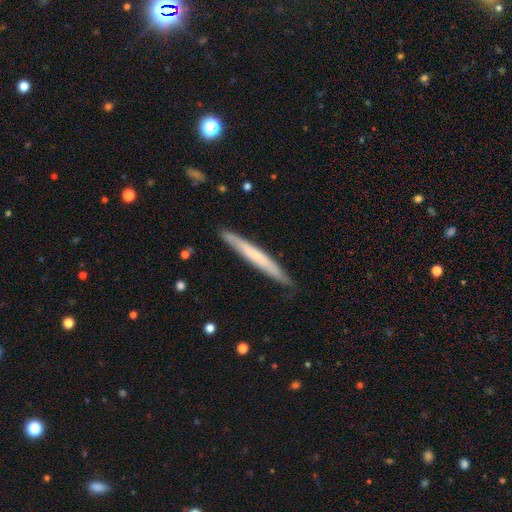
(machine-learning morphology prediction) Smooth or featured: smooth — 53% (featured or disk — 42%)
How rounded: cigar-shaped — 97% (in between — 2%)
Merging: none — 87% (minor disturbance — 10%)